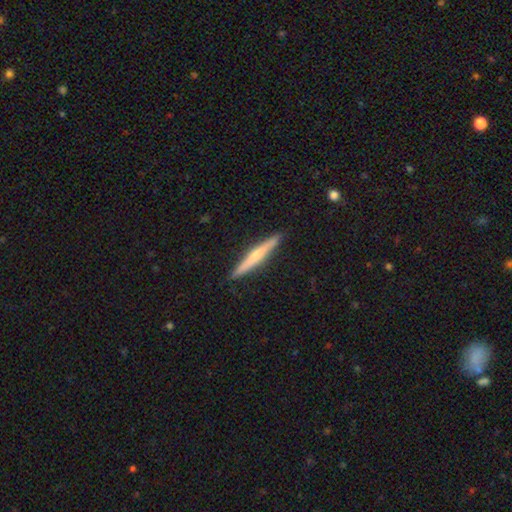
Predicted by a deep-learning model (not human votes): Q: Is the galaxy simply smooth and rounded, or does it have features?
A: featured or disk — 49%.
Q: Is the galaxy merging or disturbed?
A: none — 91%.